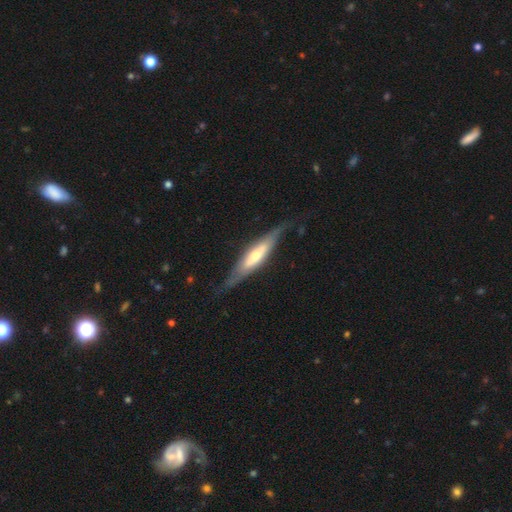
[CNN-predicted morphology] smooth_or_featured: featured or disk (p=0.64) [alt: smooth p=0.31]
disk_edge_on: yes (p=0.77) [alt: no p=0.23]
merging: none (p=0.69) [alt: minor disturbance p=0.21]